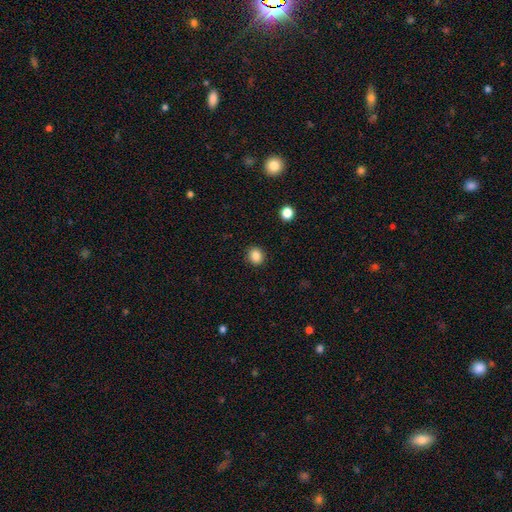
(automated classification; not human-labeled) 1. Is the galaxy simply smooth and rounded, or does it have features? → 86% smooth, 10% star or artifact, 4% featured or disk.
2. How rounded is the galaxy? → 79% round, 20% in between, 1% cigar-shaped.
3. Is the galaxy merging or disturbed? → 91% none, 6% minor disturbance, 2% major disturbance, 1% merger.